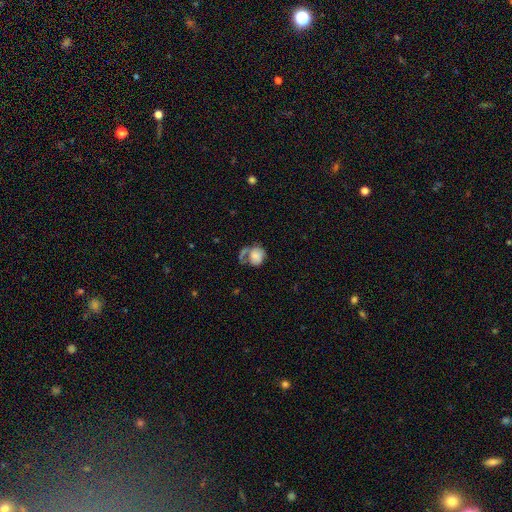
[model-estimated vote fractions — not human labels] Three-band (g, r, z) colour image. It shows a smooth galaxy with no disk features (68%) that is round (64%). Merging: none (32%).